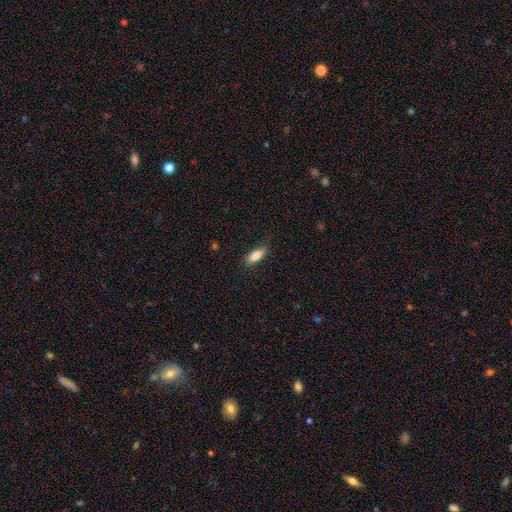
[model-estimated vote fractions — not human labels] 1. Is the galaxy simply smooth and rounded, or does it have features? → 84% smooth, 10% featured or disk, 6% star or artifact.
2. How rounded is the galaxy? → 67% in between, 31% cigar-shaped, 2% round.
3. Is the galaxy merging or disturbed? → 80% none, 15% minor disturbance, 3% major disturbance, 1% merger.